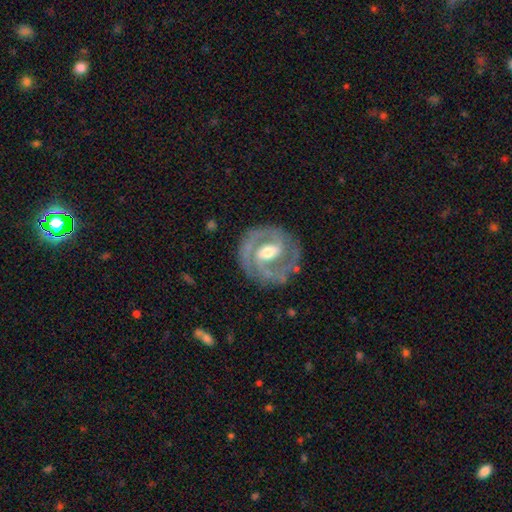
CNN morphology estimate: type=featured or disk (78%); edge-on=no (95%); bar=weak (41%); spiral arms=yes (76%); winding=tight (55%); arm count=2 (67%); bulge=moderate (69%); merging=none (78%).